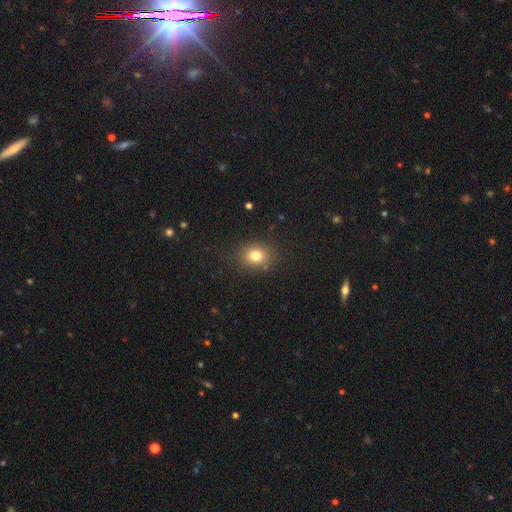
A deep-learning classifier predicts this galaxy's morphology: smooth-or-featured: smooth: 79% | star or artifact: 13% | featured or disk: 8%
  how-rounded: round: 60% | in between: 39% | cigar-shaped: 1%
  merging: none: 85% | minor disturbance: 10% | major disturbance: 3% | merger: 2%